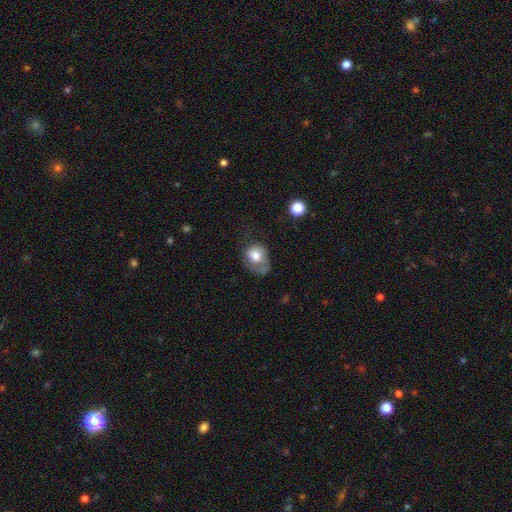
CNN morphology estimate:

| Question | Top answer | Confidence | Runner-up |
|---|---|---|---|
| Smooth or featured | smooth | 70% | featured or disk (21%) |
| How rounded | round | 50% | in between (49%) |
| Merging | major disturbance | 38% | minor disturbance (31%) |